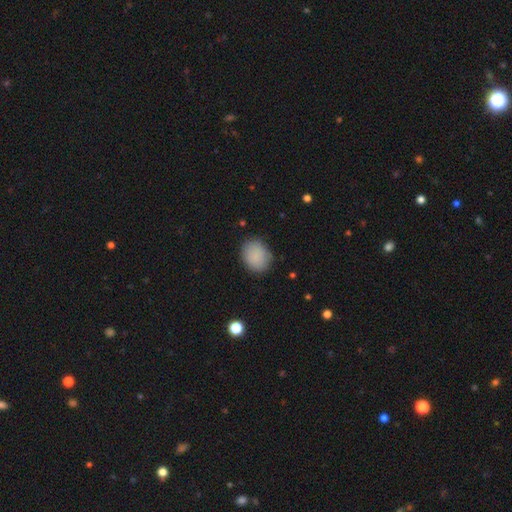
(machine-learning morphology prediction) A smooth galaxy with no disk features (87%) that is round (50%). Merging: none (83%).